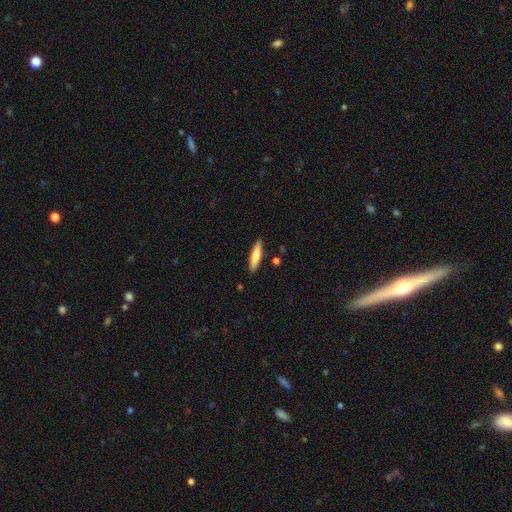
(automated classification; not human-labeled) Overall: smooth (73%). How rounded: cigar-shaped (81%). Merging: none (87%).